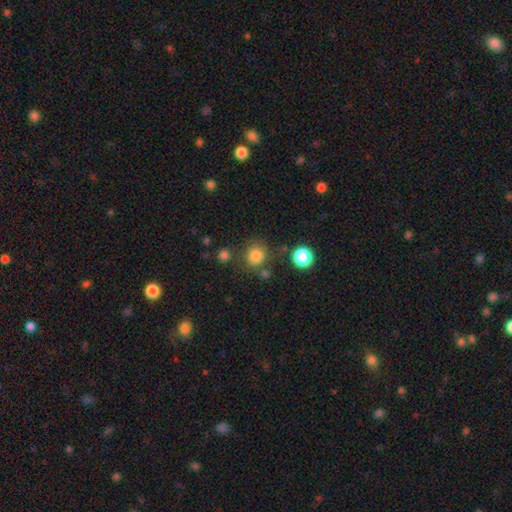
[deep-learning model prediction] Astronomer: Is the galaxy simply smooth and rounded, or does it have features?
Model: smooth — 82%.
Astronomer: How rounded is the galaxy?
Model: round — 87%.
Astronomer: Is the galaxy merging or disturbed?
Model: none — 76%.